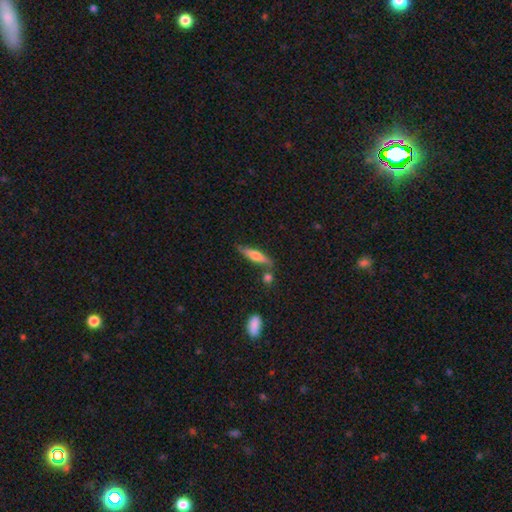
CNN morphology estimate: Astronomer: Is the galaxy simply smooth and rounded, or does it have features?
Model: smooth — 49% (runner-up: featured or disk, 45%).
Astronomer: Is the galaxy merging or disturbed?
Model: none — 73%.